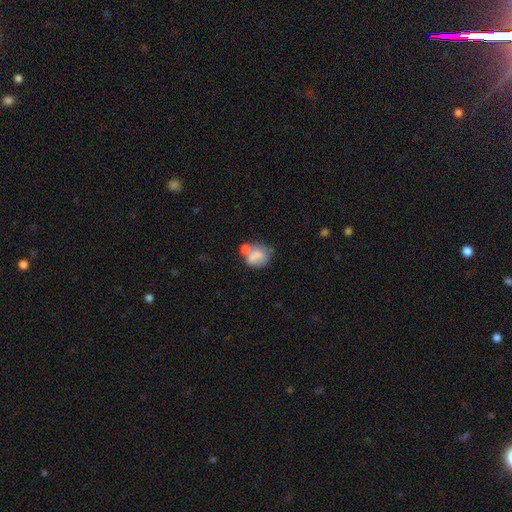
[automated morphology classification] The model was most divided on "merging": merger: 37%, none: 31%, minor disturbance: 18%, major disturbance: 14%. More confident: smooth or featured — smooth (66%); how rounded — in between (53%).